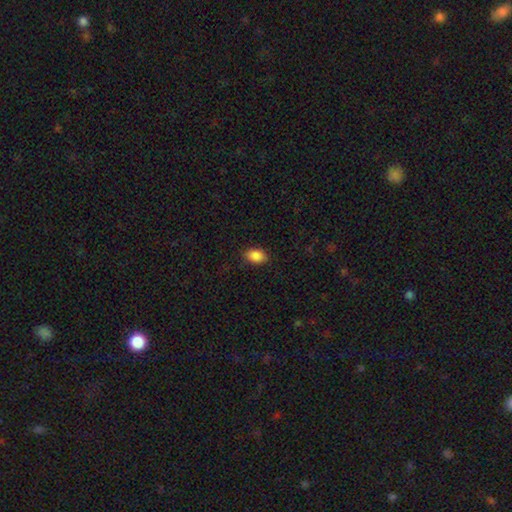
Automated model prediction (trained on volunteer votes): smooth-or-featured: smooth: 88% | star or artifact: 8% | featured or disk: 4%
  how-rounded: in between: 87% | round: 12% | cigar-shaped: 1%
  merging: none: 86% | minor disturbance: 10% | major disturbance: 2% | merger: 1%